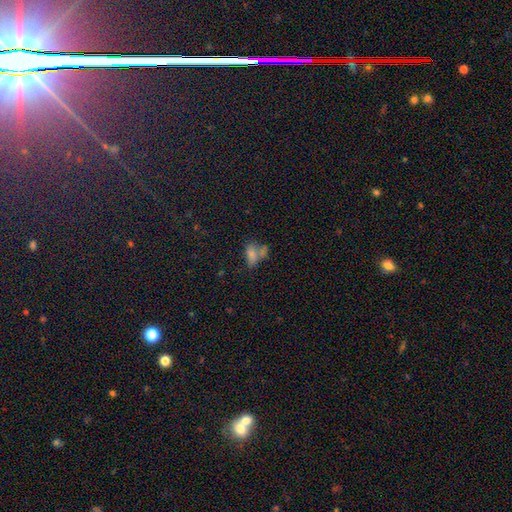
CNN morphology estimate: A smooth galaxy with no disk features (52%) that is in between round and cigar-shaped (75%). Merging: none (40%).